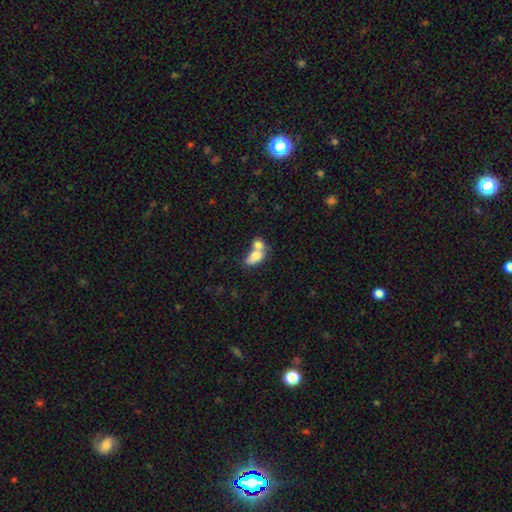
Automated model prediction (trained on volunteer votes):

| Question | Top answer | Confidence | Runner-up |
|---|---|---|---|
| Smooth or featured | smooth | 76% | featured or disk (15%) |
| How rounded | in between | 84% | round (11%) |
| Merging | merger | 66% | none (20%) |